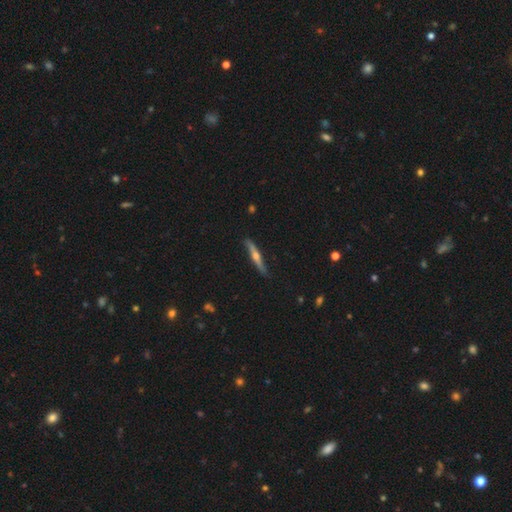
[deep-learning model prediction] Smooth or featured: featured or disk — 69% (smooth — 26%)
Edge-on disk: yes — 95% (no — 5%)
Edge-on bulge: rounded — 89% (none — 7%)
Merging: none — 84% (minor disturbance — 12%)